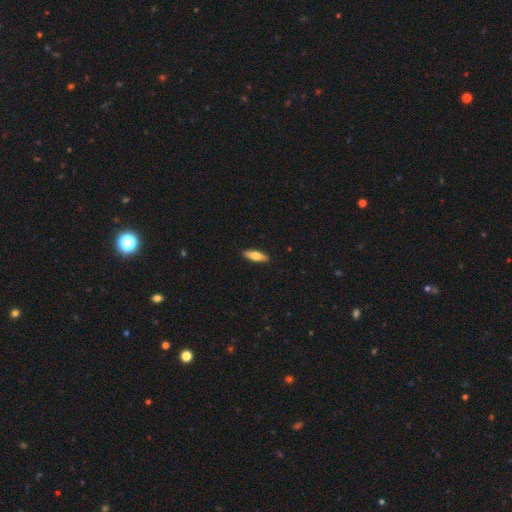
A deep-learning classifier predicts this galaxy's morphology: type=smooth (66%); roundness=cigar-shaped (49%); merging=none (91%).